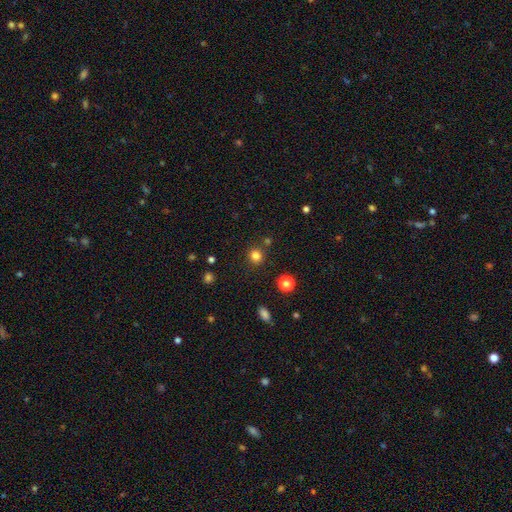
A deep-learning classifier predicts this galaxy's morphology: The model was most divided on "smooth or featured": smooth: 81%, star or artifact: 15%, featured or disk: 5%. More confident: how rounded — round (89%); merging — none (84%).